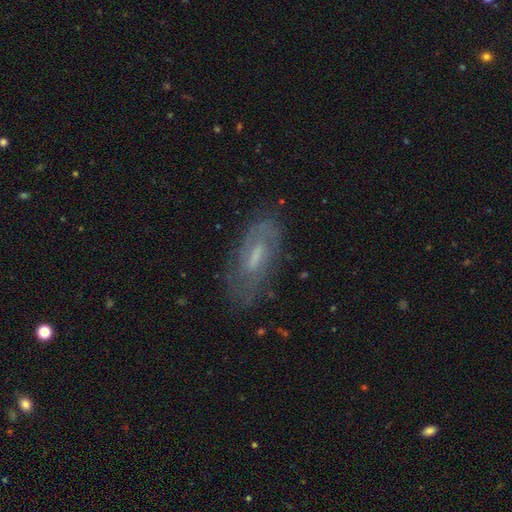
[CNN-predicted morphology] type=featured or disk (67%); edge-on=no (87%); bar=weak (54%); spiral arms=yes (77%); bulge=moderate (40%); merging=none (73%).